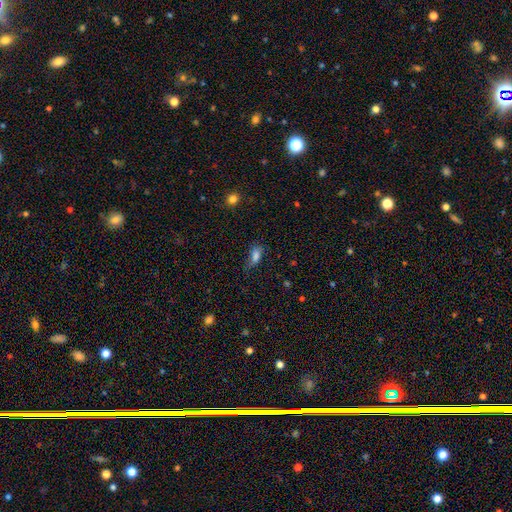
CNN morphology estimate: Smooth or featured?
  - smooth: 75% *
  - star or artifact: 13%
  - featured or disk: 12%
How rounded?
  - in between: 80% *
  - cigar-shaped: 14%
  - round: 6%
Merging?
  - none: 47% *
  - minor disturbance: 31%
  - major disturbance: 18%
  - merger: 3%